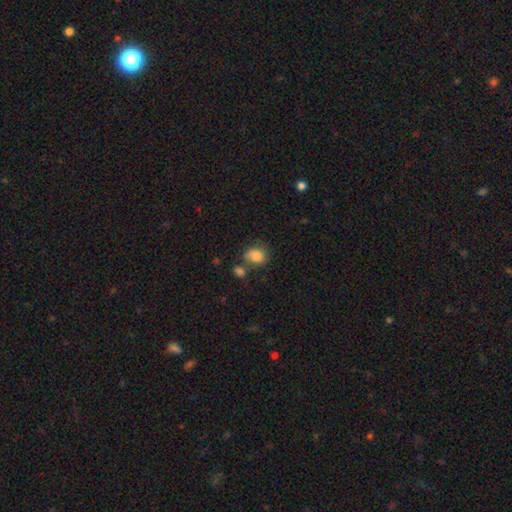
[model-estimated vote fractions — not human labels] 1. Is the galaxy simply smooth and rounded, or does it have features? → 83% smooth, 8% star or artifact, 8% featured or disk.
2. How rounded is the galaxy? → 55% round, 44% in between, 1% cigar-shaped.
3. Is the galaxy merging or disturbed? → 48% none, 23% merger, 20% minor disturbance, 9% major disturbance.